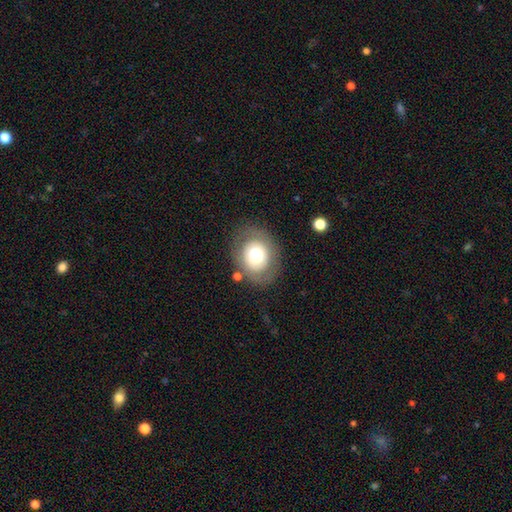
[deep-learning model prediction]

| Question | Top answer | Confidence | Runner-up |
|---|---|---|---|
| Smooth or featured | smooth | 64% | featured or disk (27%) |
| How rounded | round | 61% | in between (38%) |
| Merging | none | 79% | minor disturbance (12%) |